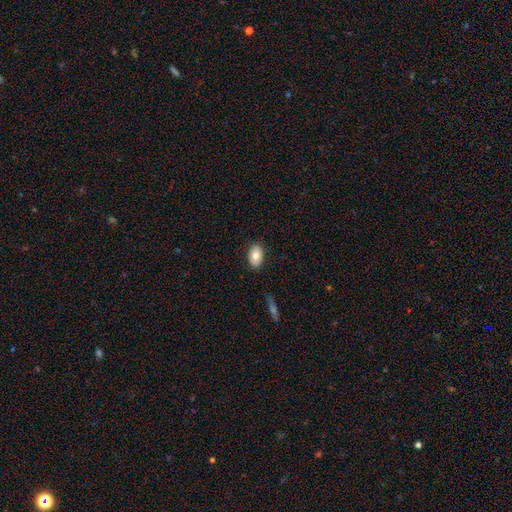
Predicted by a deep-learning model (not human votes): A smooth galaxy with no disk features (78%) that is in between round and cigar-shaped (88%). Merging: none (86%).